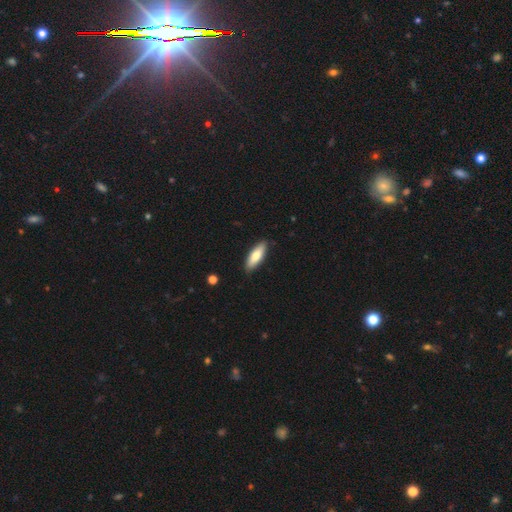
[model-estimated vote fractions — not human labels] A smooth galaxy with no disk features (73%) that is in between round and cigar-shaped (60%).

Vote fractions:
- Smooth or featured? smooth: 73% / featured or disk: 21% / star or artifact: 5%
- How rounded? in between: 60% / cigar-shaped: 38% / round: 2%
- Merging? none: 88% / minor disturbance: 9% / major disturbance: 2% / merger: 1%